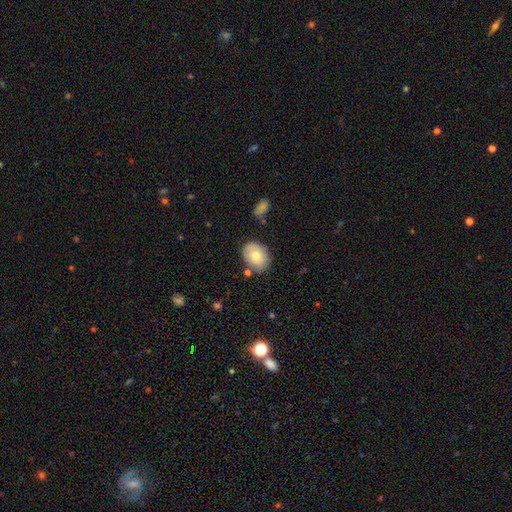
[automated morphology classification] smooth 76%, featured or disk 17%, star or artifact 7%. Down the decision tree: how rounded — in between (76%); merging — none (76%).